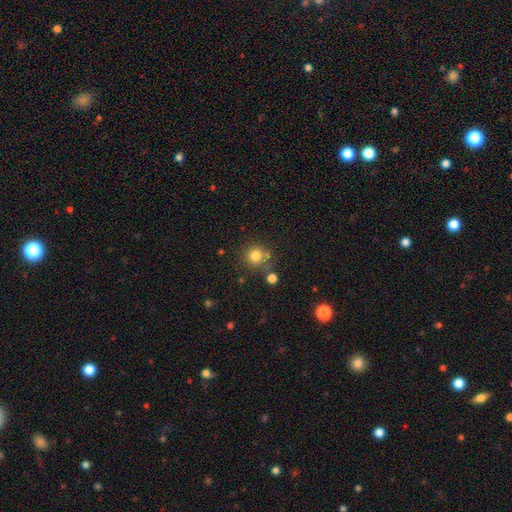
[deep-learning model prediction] smooth-or-featured: smooth: 79% | star or artifact: 14% | featured or disk: 8%
  how-rounded: round: 92% | in between: 7% | cigar-shaped: 1%
  merging: none: 72% | merger: 13% | minor disturbance: 11% | major disturbance: 4%